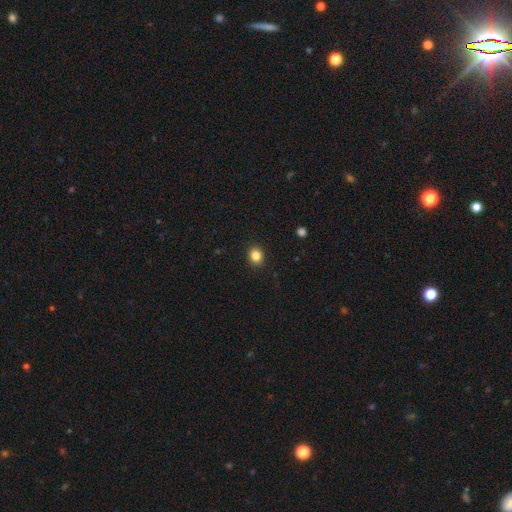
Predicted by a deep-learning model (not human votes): Smooth or featured? smooth (84%)
How rounded? round (76%)
Merging? none (92%)